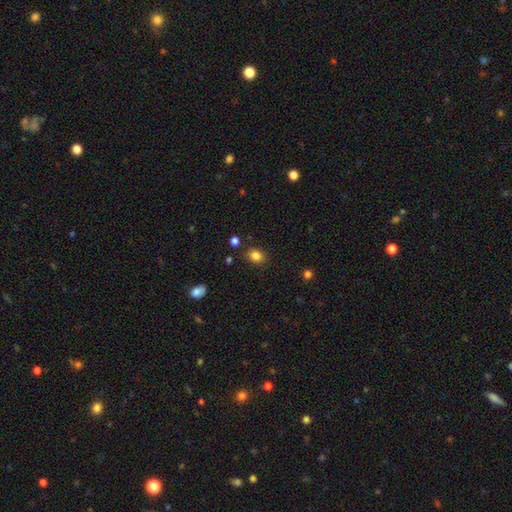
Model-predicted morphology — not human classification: The model was most divided on "how rounded": round: 50%, in between: 49%, cigar-shaped: 1%. More confident: merging — none (84%); smooth or featured — smooth (84%).